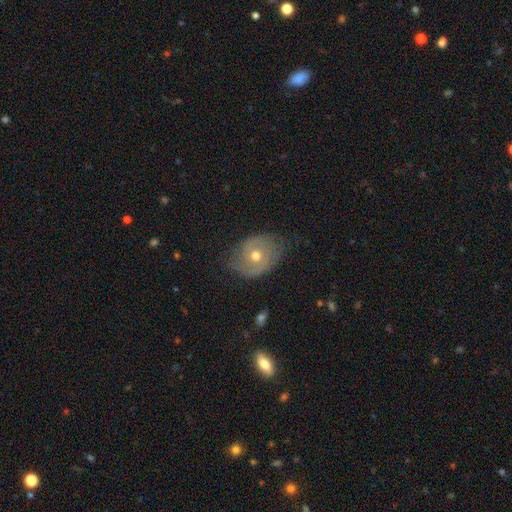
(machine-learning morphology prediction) Smooth or featured?
  - featured or disk: 58% *
  - smooth: 33%
  - star or artifact: 9%
Edge-on disk?
  - no: 94% *
  - yes: 6%
Bar?
  - no: 82% *
  - weak: 15%
  - strong: 4%
Spiral arms?
  - yes: 64% *
  - no: 36%
Bulge size?
  - moderate: 69% *
  - small: 26%
  - large: 3%
  - dominant: 1%
  - none: 1%
Merging?
  - none: 61% *
  - minor disturbance: 27%
  - major disturbance: 10%
  - merger: 1%